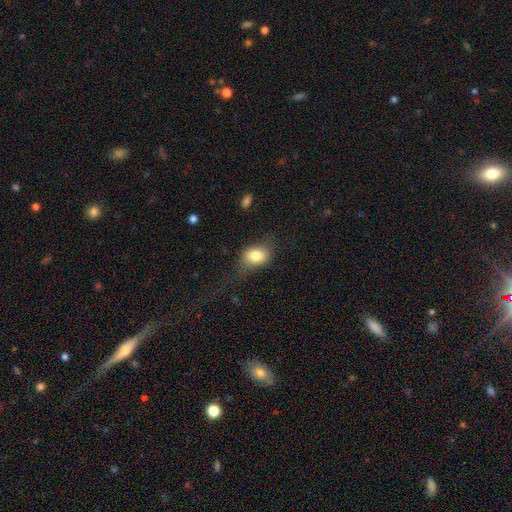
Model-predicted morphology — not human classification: Smooth or featured? smooth (80%)
How rounded? in between (71%)
Merging? none (59%)